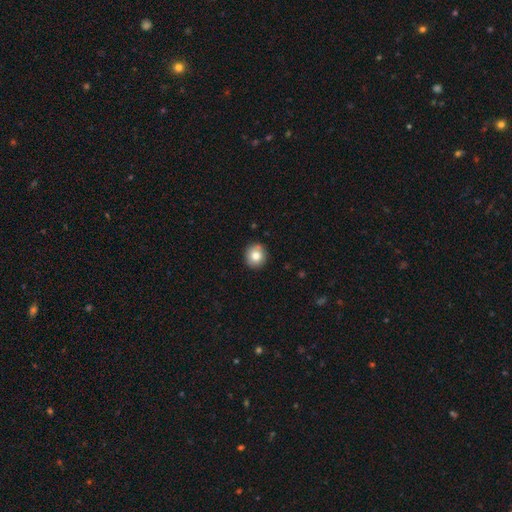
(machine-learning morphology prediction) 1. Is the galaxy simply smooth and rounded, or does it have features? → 81% smooth, 10% featured or disk, 9% star or artifact.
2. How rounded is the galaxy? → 89% round, 10% in between, 1% cigar-shaped.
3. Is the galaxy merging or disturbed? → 89% none, 8% minor disturbance, 2% major disturbance, 1% merger.